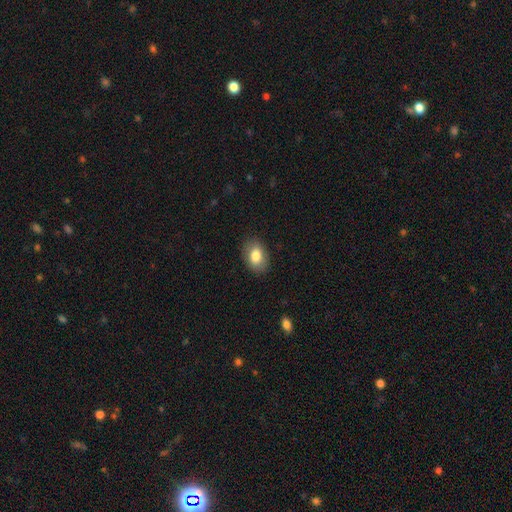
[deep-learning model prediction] smooth-or-featured: smooth: 82% | featured or disk: 11% | star or artifact: 8%
  how-rounded: in between: 81% | round: 18% | cigar-shaped: 1%
  merging: none: 86% | minor disturbance: 10% | major disturbance: 3% | merger: 1%